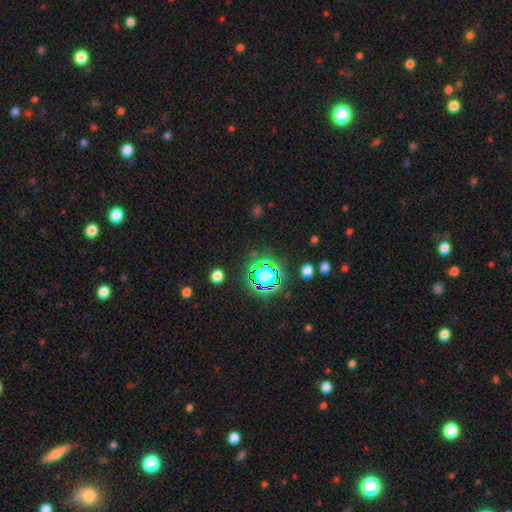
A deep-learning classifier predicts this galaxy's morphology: This is likely a star or artifact rather than a galaxy (79%).